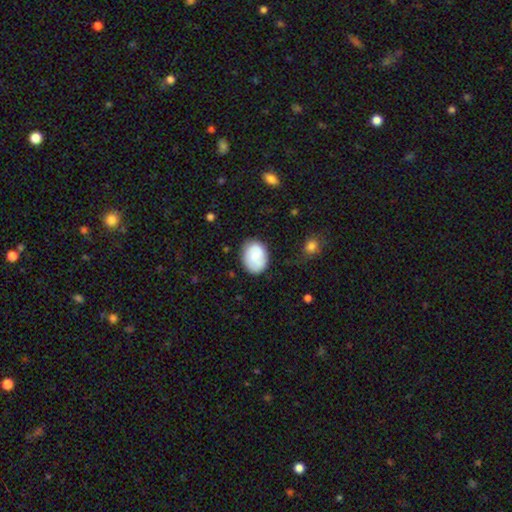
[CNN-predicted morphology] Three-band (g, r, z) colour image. It shows a smooth galaxy with no disk features (78%) that is in between round and cigar-shaped (70%). Merging: none (74%).